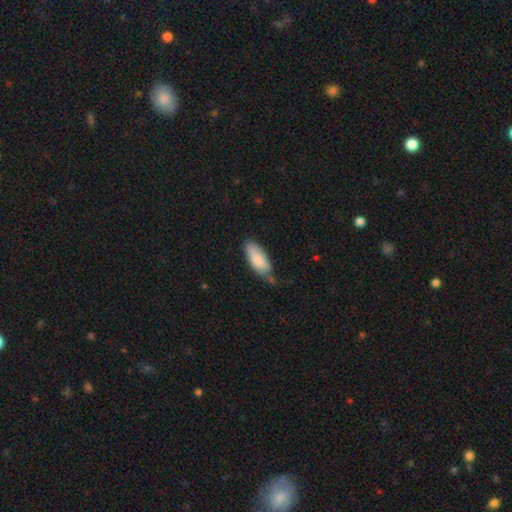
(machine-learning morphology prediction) Smooth or featured? Predicted: smooth (p=0.82). How rounded? Predicted: in between (p=0.78). Merging? Predicted: none (p=0.49).